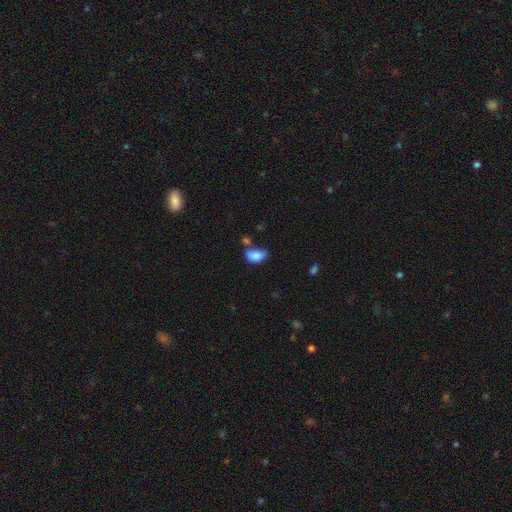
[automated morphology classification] This is clearly a smooth galaxy (82%). How rounded: clearly in between (89%). Merging: marginally none (43%).